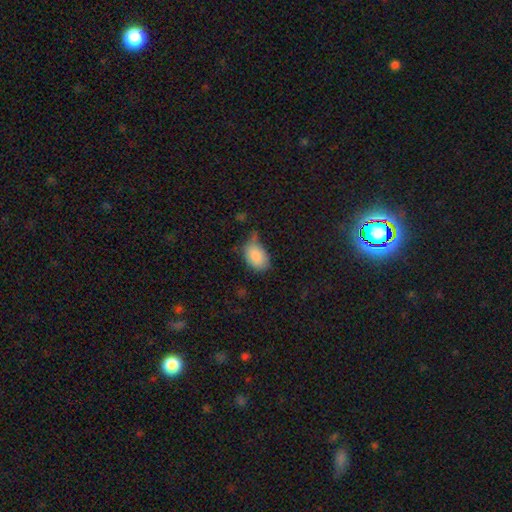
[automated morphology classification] Smooth or featured? Predicted: smooth (p=0.87). How rounded? Predicted: in between (p=0.86). Merging? Predicted: none (p=0.47).